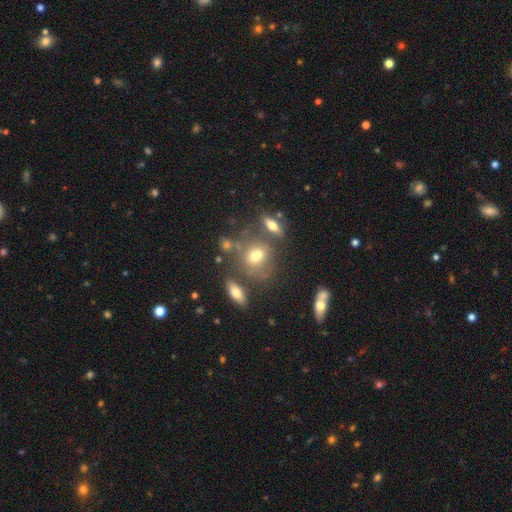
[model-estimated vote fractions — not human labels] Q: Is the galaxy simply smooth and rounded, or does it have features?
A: smooth — 59%.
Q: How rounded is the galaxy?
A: in between — 51%.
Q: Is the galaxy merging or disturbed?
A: none — 48%.